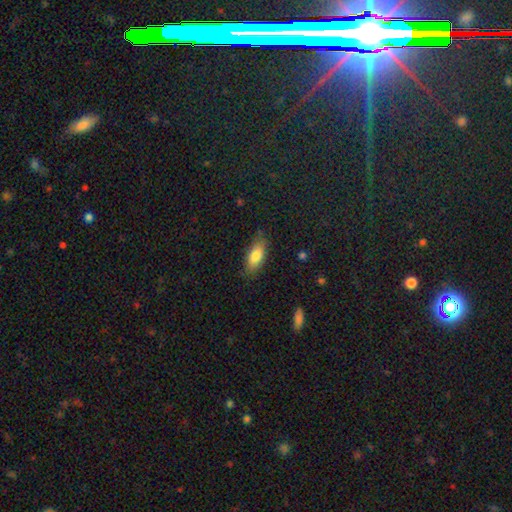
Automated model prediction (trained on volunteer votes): smooth-or-featured: smooth: 80% | featured or disk: 13% | star or artifact: 7%
  how-rounded: in between: 81% | cigar-shaped: 16% | round: 3%
  merging: none: 80% | minor disturbance: 16% | major disturbance: 3% | merger: 1%